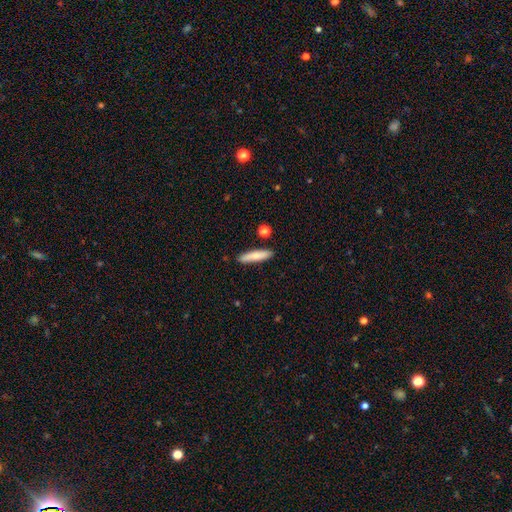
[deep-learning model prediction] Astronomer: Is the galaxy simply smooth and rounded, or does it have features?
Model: smooth — 77%.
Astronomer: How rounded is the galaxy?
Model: cigar-shaped — 80%.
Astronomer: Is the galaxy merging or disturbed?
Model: none — 88%.